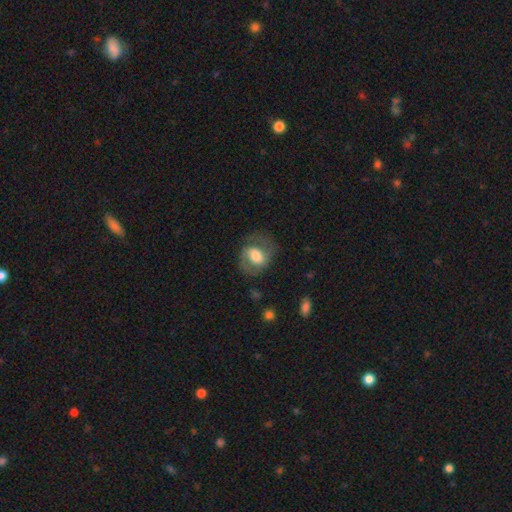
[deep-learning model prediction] Smooth or featured?
  - featured or disk: 54% *
  - smooth: 39%
  - star or artifact: 7%
Edge-on disk?
  - no: 96% *
  - yes: 4%
Bar?
  - weak: 42% *
  - no: 36%
  - strong: 22%
Spiral arms?
  - yes: 74% *
  - no: 26%
Bulge size?
  - moderate: 50% *
  - large: 31%
  - small: 13%
  - dominant: 4%
  - none: 3%
Merging?
  - none: 63% *
  - minor disturbance: 19%
  - major disturbance: 16%
  - merger: 2%